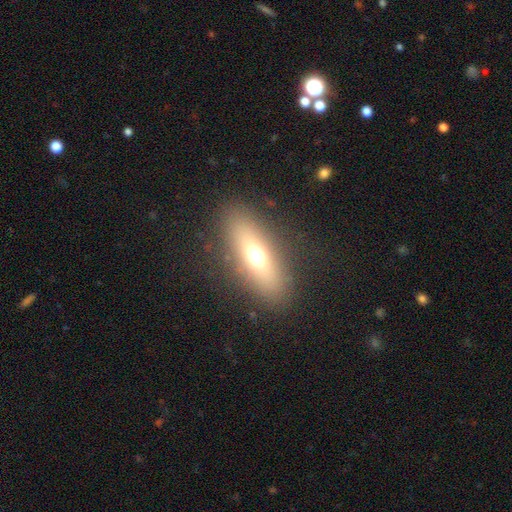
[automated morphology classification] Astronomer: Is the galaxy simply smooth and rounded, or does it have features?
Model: smooth — 57%.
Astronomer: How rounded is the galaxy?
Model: in between — 61%.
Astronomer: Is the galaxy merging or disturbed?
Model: none — 86%.